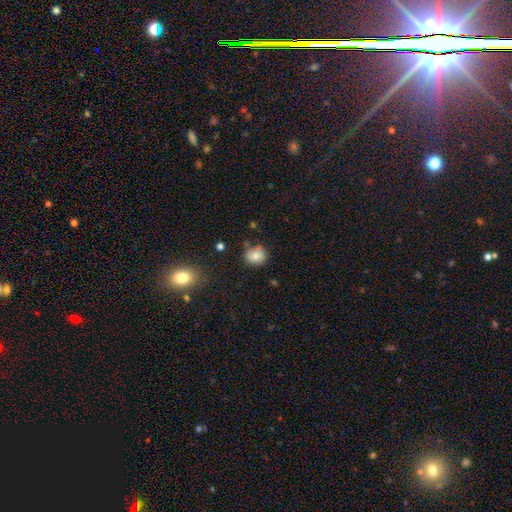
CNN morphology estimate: Overall: smooth (78%). How rounded: round (78%). Merging: none (73%).